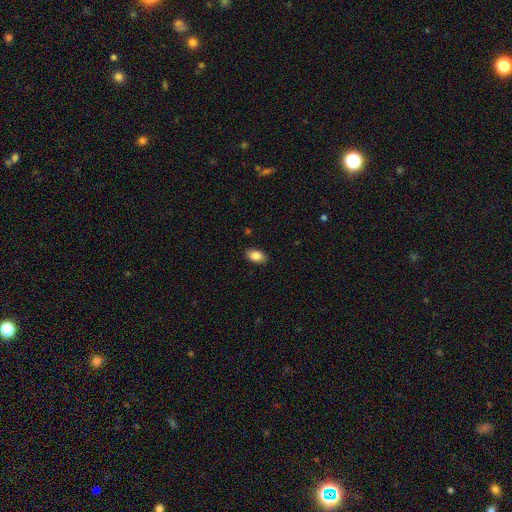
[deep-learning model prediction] This is clearly a smooth galaxy (87%). How rounded: clearly in between (91%). Merging: clearly none (87%).